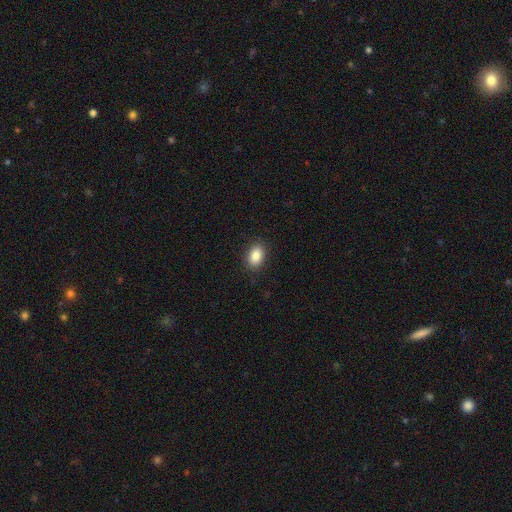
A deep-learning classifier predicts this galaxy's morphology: Smooth or featured? Predicted: smooth (p=0.87). How rounded? Predicted: in between (p=0.81). Merging? Predicted: none (p=0.89).